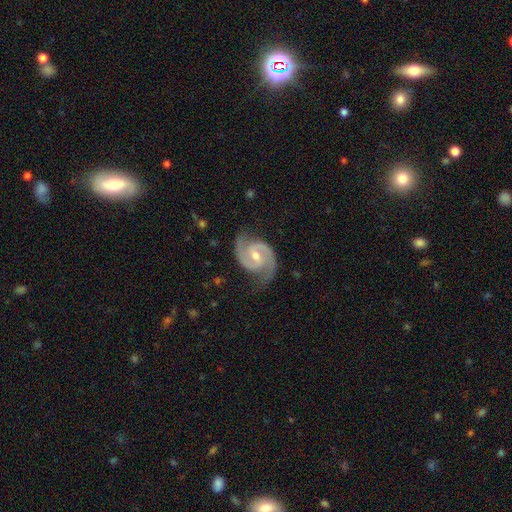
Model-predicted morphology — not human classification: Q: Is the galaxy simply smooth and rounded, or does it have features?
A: featured or disk — 93%.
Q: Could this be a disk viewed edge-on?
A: no — 98%.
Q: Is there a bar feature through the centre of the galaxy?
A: weak — 49%.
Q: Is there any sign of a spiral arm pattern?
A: yes — 99%.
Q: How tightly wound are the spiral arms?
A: medium — 59%.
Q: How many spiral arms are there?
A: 2 — 94%.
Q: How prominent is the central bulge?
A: moderate — 59%.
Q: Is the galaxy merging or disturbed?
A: none — 79%.